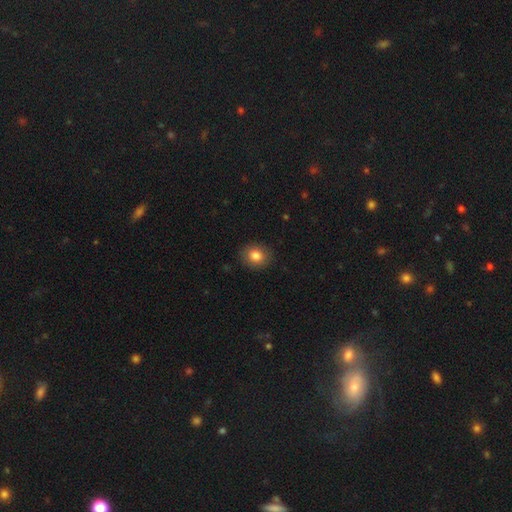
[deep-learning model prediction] Smooth or featured?
  - smooth: 83% *
  - star or artifact: 9%
  - featured or disk: 8%
How rounded?
  - round: 67% *
  - in between: 32%
  - cigar-shaped: 1%
Merging?
  - none: 89% *
  - minor disturbance: 8%
  - major disturbance: 2%
  - merger: 1%